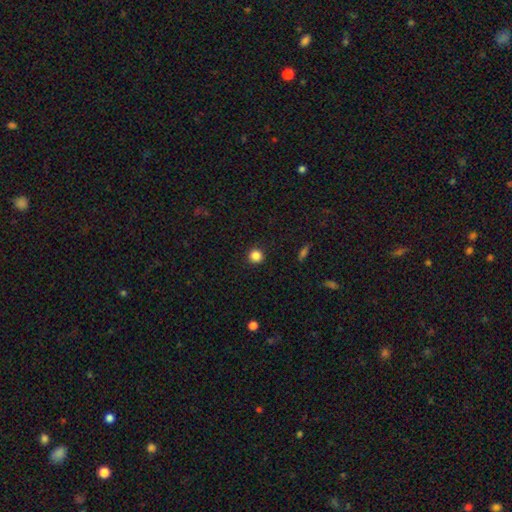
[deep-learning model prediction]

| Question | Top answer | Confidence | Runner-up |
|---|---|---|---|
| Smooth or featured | smooth | 86% | star or artifact (11%) |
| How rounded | round | 94% | in between (5%) |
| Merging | none | 92% | minor disturbance (5%) |